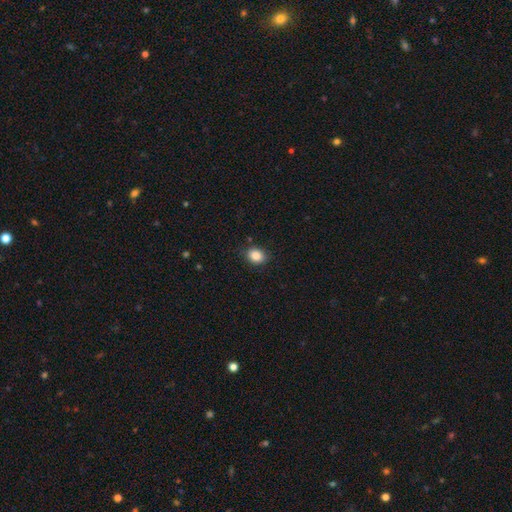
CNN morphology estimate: type=smooth (86%); roundness=round (51%); merging=none (85%).